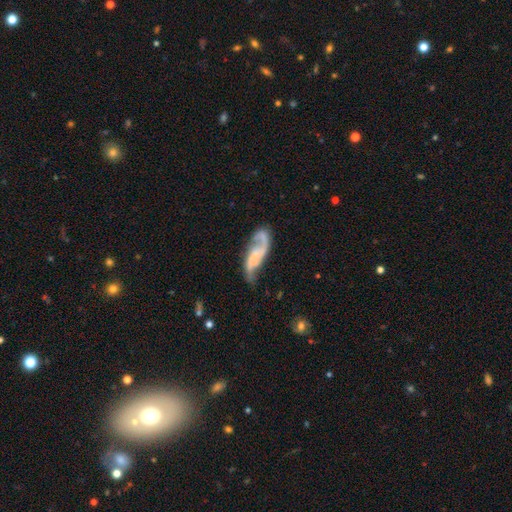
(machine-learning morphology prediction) smooth_or_featured: featured or disk (p=0.77) [alt: smooth p=0.16]
disk_edge_on: no (p=0.93) [alt: yes p=0.07]
bar: no (p=0.51) [alt: weak p=0.34]
has_spiral_arms: yes (p=0.93) [alt: no p=0.07]
spiral_winding: loose (p=0.58) [alt: medium p=0.32]
spiral_arm_count: 2 (p=0.82) [alt: 1 p=0.11]
bulge_size: none (p=0.53) [alt: small p=0.28]
merging: none (p=0.53) [alt: minor disturbance p=0.25]